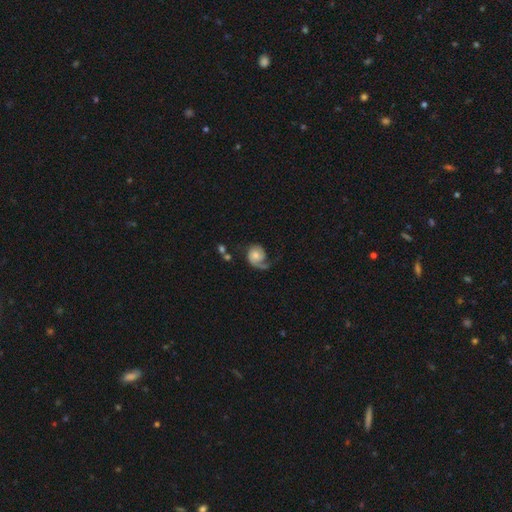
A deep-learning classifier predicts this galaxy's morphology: A featured or disk galaxy (74%) with no bar (76%), 1 (64%) medium (37%) spiral arms (94%) and a small central bulge (42%).

Vote fractions:
- Smooth or featured? featured or disk: 74% / smooth: 20% / star or artifact: 6%
- Edge-on disk? no: 98% / yes: 2%
- Bar? no: 76% / weak: 21% / strong: 3%
- Spiral arms? yes: 94% / no: 6%
- Spiral winding? medium: 37% / loose: 32% / tight: 31%
- Spiral arm count? 1: 64% / 2: 29% / can't tell: 4% / 3: 1% / 4: 1% / more than 4: 1%
- Bulge size? small: 42% / moderate: 41% / large: 8% / none: 7% / dominant: 2%
- Merging? none: 46% / major disturbance: 29% / minor disturbance: 21% / merger: 4%